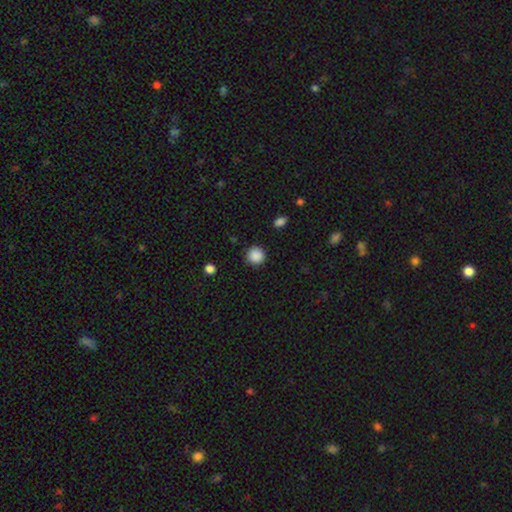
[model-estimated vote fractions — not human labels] The model was most divided on "smooth or featured": smooth: 88%, star or artifact: 9%, featured or disk: 3%. More confident: how rounded — round (94%); merging — none (89%).